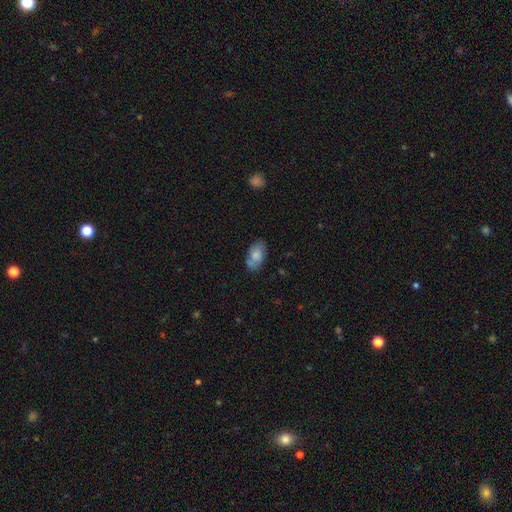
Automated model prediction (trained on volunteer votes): smooth_or_featured: smooth (p=0.74) [alt: featured or disk p=0.19]
how_rounded: in between (p=0.93) [alt: round p=0.05]
merging: none (p=0.63) [alt: minor disturbance p=0.21]